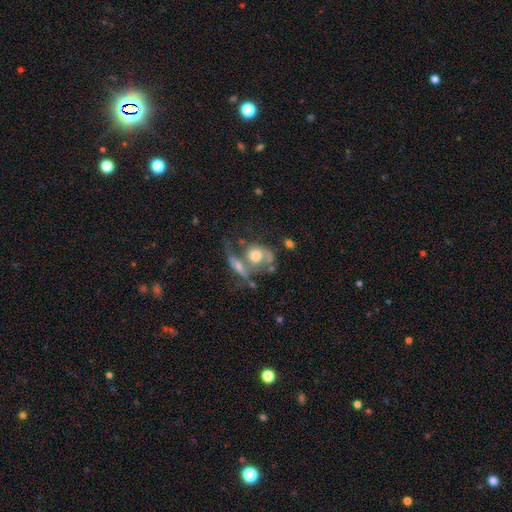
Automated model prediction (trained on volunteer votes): The model was most divided on "smooth or featured": featured or disk: 50%, smooth: 41%, star or artifact: 9%. More confident: merging — merger (52%).